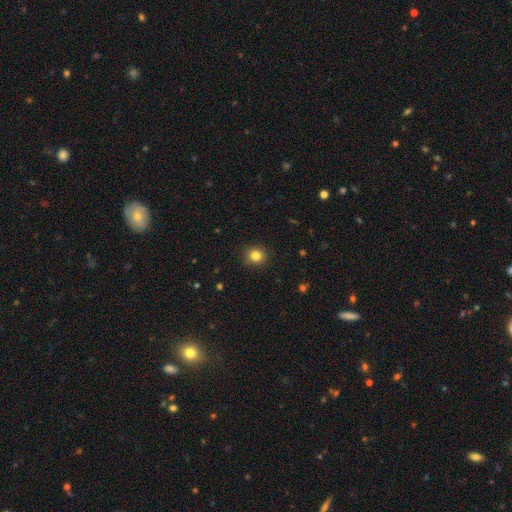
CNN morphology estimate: Smooth or featured? smooth (83%)
How rounded? round (88%)
Merging? none (91%)